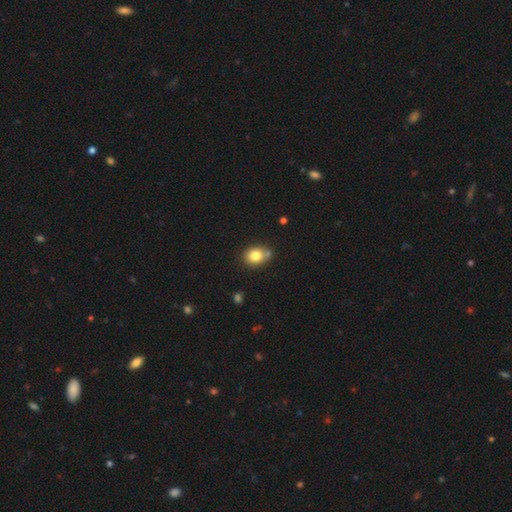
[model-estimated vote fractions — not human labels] The model was most divided on "how rounded": round: 56%, in between: 43%, cigar-shaped: 1%. More confident: smooth or featured — smooth (80%); merging — none (62%).